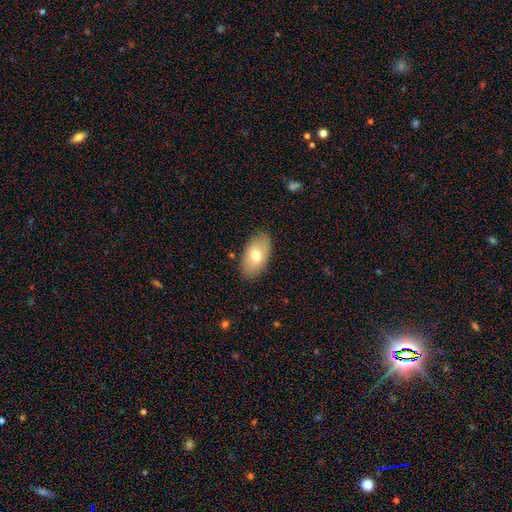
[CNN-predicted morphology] This is likely a smooth galaxy (70%). How rounded: clearly in between (93%). Merging: clearly none (86%).